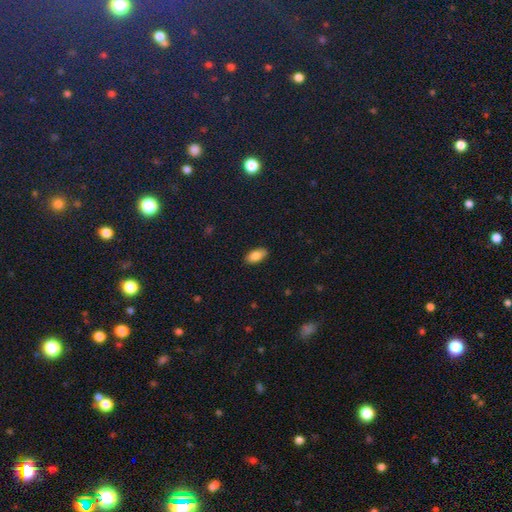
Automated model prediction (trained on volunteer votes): Smooth or featured?
  - smooth: 84% *
  - featured or disk: 9%
  - star or artifact: 7%
How rounded?
  - in between: 91% *
  - cigar-shaped: 7%
  - round: 3%
Merging?
  - none: 86% *
  - minor disturbance: 11%
  - major disturbance: 2%
  - merger: 1%